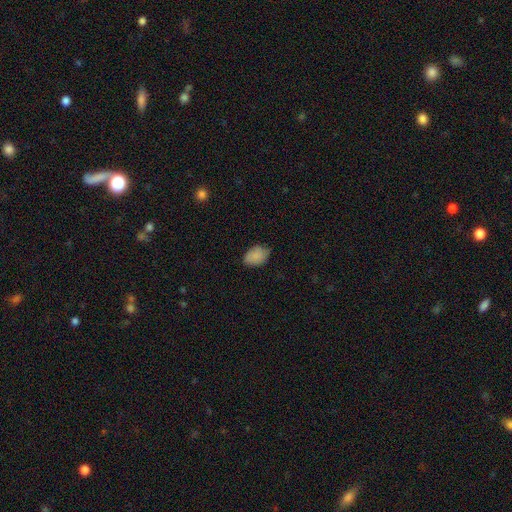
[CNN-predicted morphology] Overall: smooth (86%). How rounded: in between (84%). Merging: none (71%).